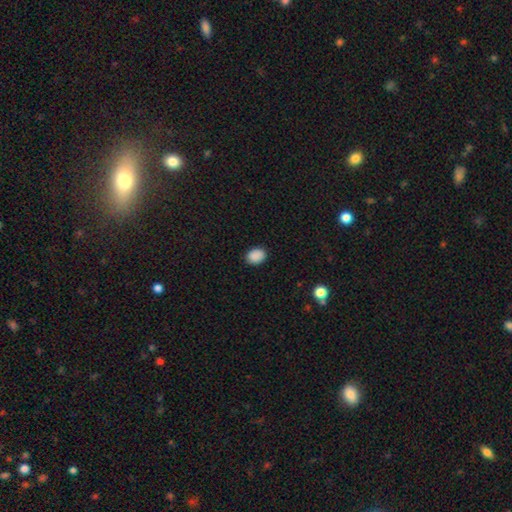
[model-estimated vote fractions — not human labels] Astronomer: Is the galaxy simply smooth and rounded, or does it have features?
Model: smooth — 89%.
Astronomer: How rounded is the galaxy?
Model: in between — 58% (runner-up: round, 41%).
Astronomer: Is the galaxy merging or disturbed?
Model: none — 89%.